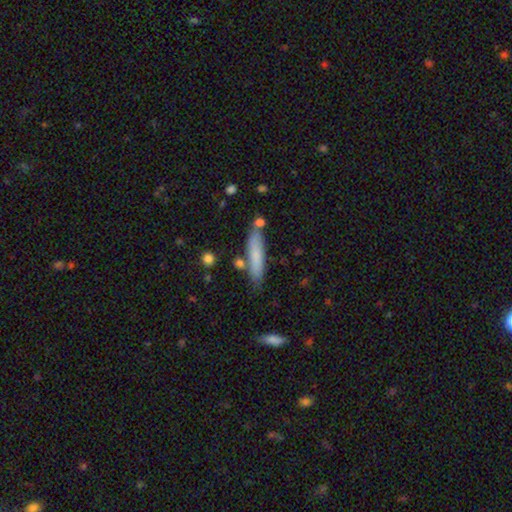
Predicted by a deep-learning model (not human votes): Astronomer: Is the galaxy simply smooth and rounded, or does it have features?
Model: smooth — 75%.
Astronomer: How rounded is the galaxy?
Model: cigar-shaped — 85%.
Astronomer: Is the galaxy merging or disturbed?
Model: none — 77%.